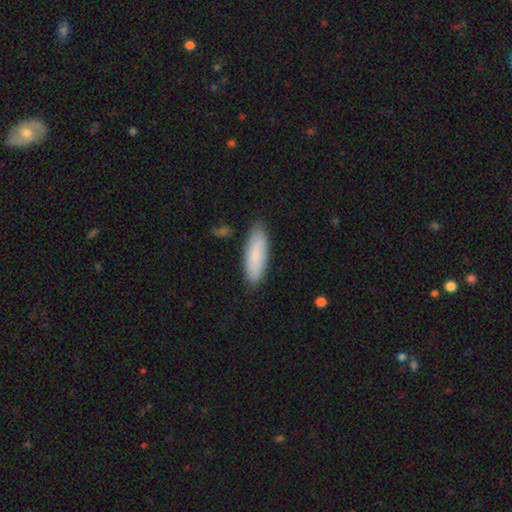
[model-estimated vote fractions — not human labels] A smooth galaxy with no disk features (79%) that is in between round and cigar-shaped (57%).

Vote fractions:
- Smooth or featured? smooth: 79% / featured or disk: 15% / star or artifact: 6%
- How rounded? in between: 57% / cigar-shaped: 42% / round: 2%
- Merging? none: 83% / minor disturbance: 13% / major disturbance: 2% / merger: 2%